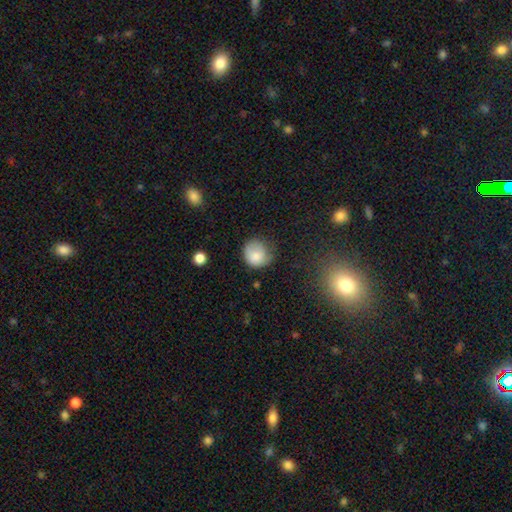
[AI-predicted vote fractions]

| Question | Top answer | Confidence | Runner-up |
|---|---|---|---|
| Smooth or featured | smooth | 81% | featured or disk (10%) |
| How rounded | round | 81% | in between (18%) |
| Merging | none | 51% | minor disturbance (33%) |